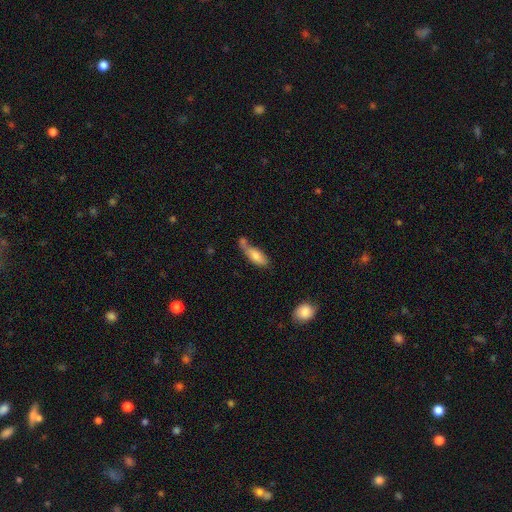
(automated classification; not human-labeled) smooth_or_featured: smooth (p=0.75) [alt: featured or disk p=0.18]
how_rounded: in between (p=0.69) [alt: cigar-shaped p=0.28]
merging: merger (p=0.33) [tied with: none p=0.33]